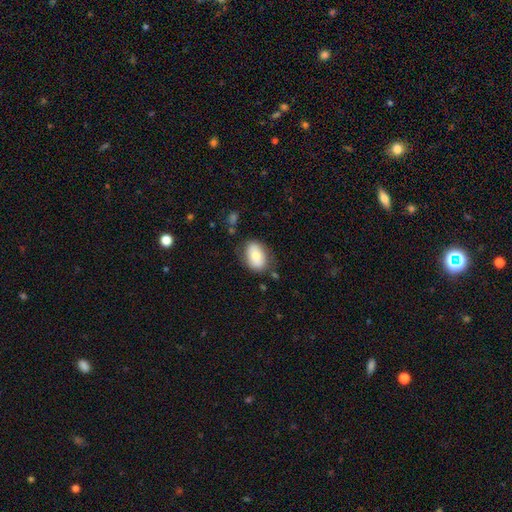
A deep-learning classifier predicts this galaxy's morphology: Smooth or featured? smooth (73%)
How rounded? in between (85%)
Merging? none (75%)